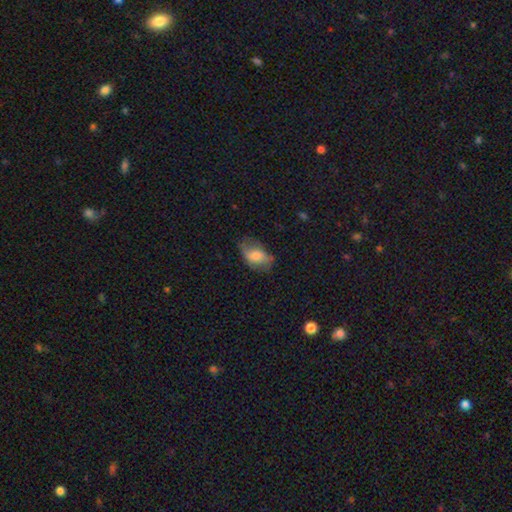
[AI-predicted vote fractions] This appears to be a smooth galaxy with no disk features (61%) that is in between round and cigar-shaped (87%). Merging: none (57%).